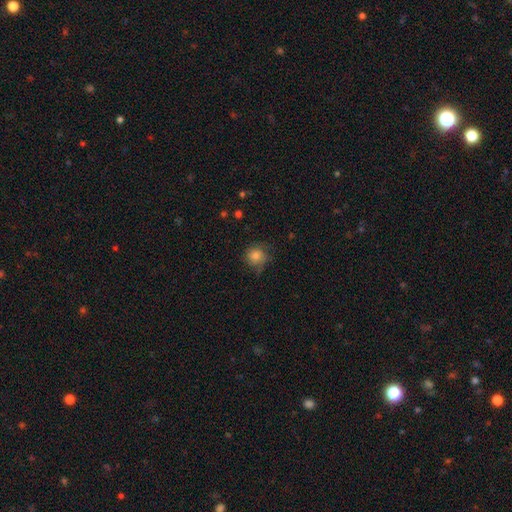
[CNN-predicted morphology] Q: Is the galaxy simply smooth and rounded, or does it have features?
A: smooth — 75%.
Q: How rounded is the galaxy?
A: round — 86%.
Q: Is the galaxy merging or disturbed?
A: none — 62%.